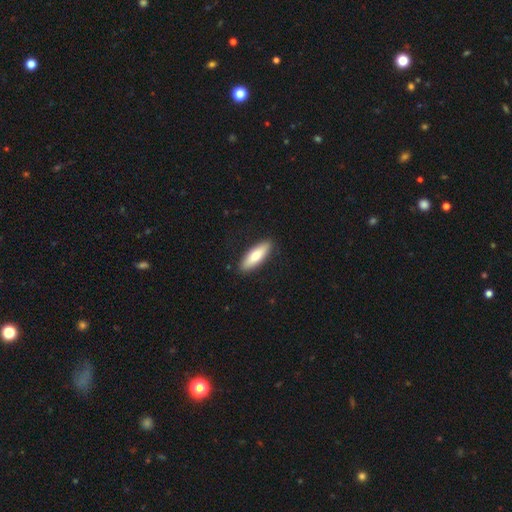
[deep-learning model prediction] This is likely a smooth galaxy (73%). How rounded: possibly in between (51%). Merging: clearly none (89%).